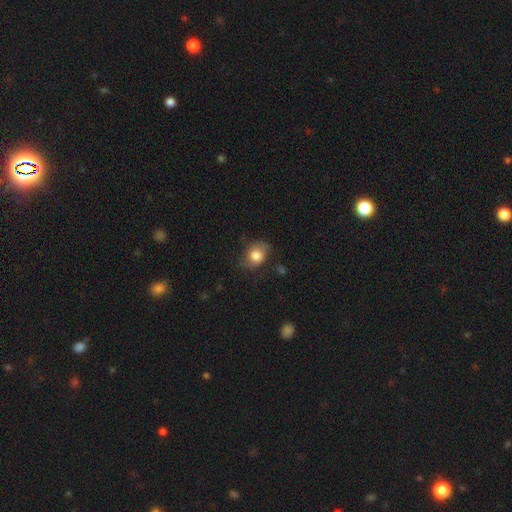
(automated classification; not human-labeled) smooth_or_featured: smooth (p=0.78) [alt: featured or disk p=0.13]
how_rounded: round (p=0.54) [alt: in between p=0.45]
merging: none (p=0.64) [alt: minor disturbance p=0.26]